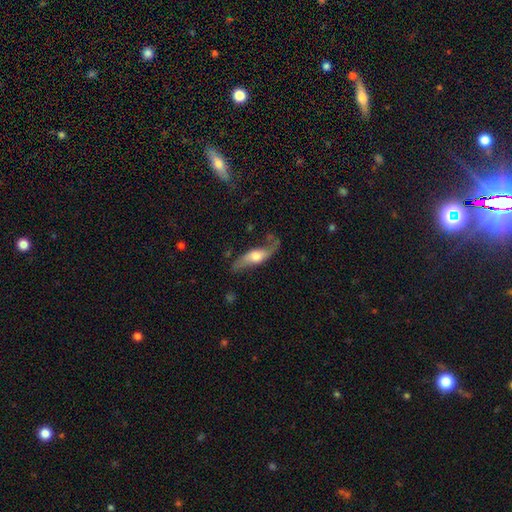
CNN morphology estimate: Smooth or featured?
  - featured or disk: 63% *
  - smooth: 31%
  - star or artifact: 6%
Edge-on disk?
  - no: 61% *
  - yes: 39%
Merging?
  - none: 62% *
  - minor disturbance: 23%
  - major disturbance: 11%
  - merger: 4%